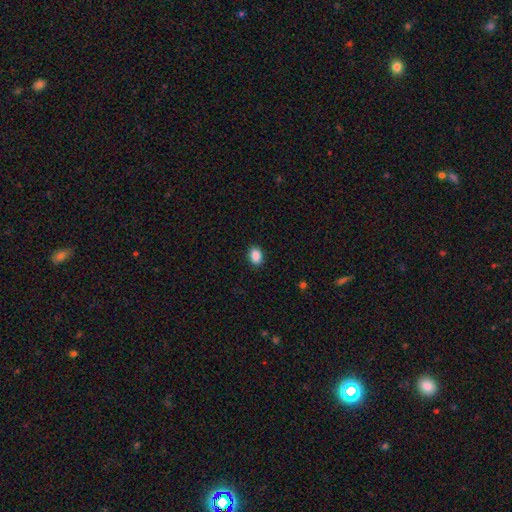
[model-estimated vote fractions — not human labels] smooth 89%, star or artifact 8%, featured or disk 3%. Down the decision tree: how rounded — in between (76%); merging — none (90%).